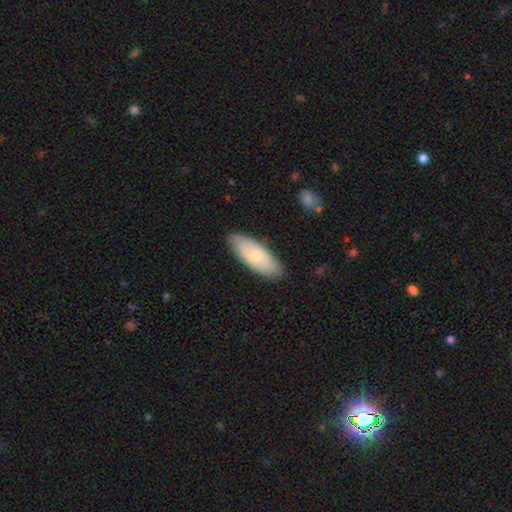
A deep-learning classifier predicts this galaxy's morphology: This is likely a smooth galaxy (61%). How rounded: likely in between (77%). Merging: clearly none (82%).